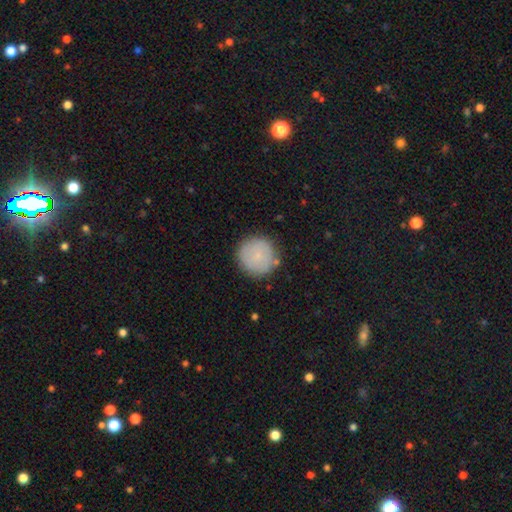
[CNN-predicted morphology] A smooth galaxy with no disk features (78%) that is round (95%). Merging: none (87%).